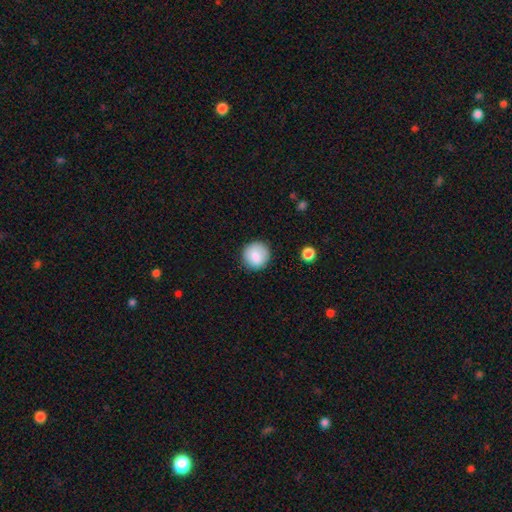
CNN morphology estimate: A smooth galaxy with no disk features (85%) that is round (94%).

Vote fractions:
- Smooth or featured? smooth: 85% / star or artifact: 8% / featured or disk: 7%
- How rounded? round: 94% / in between: 6% / cigar-shaped: 1%
- Merging? none: 88% / minor disturbance: 9% / major disturbance: 2% / merger: 1%